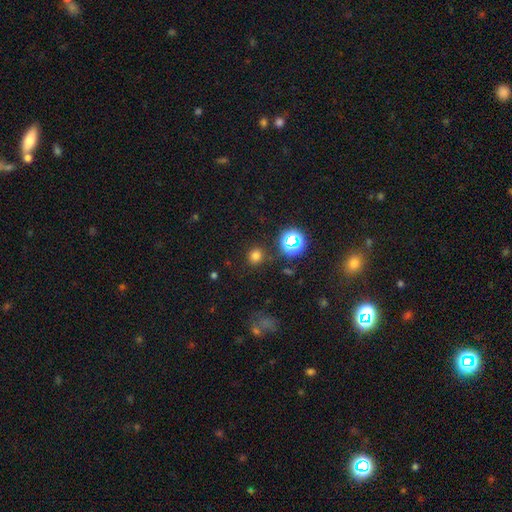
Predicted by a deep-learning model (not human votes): This is likely a smooth galaxy (72%). How rounded: clearly round (88%). Merging: clearly none (86%).